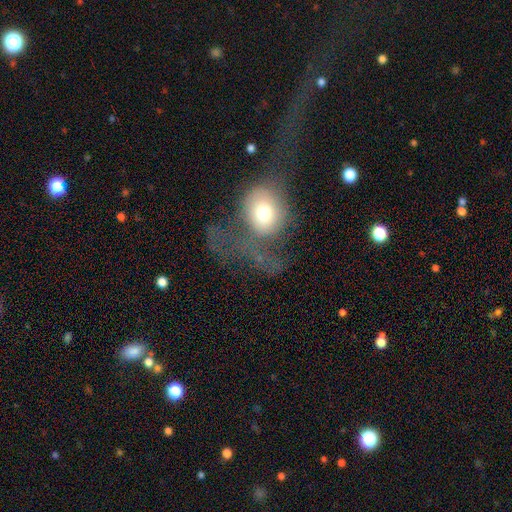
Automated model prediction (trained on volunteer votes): A smooth galaxy with no disk features (46%).

Vote fractions:
- Smooth or featured? smooth: 46% / featured or disk: 38% / star or artifact: 16%
- Merging? major disturbance: 58% / none: 19% / minor disturbance: 13% / merger: 10%